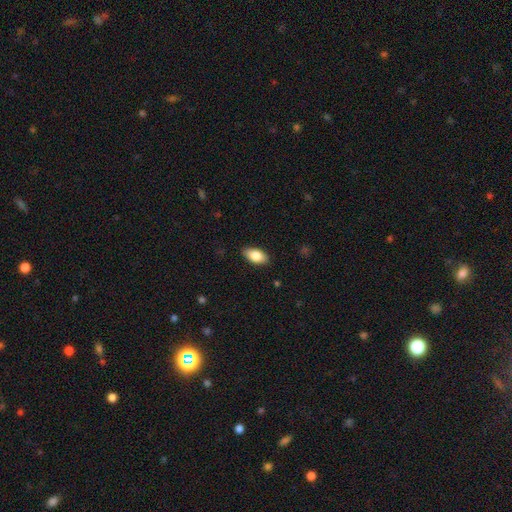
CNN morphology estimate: Smooth or featured? smooth (84%)
How rounded? in between (92%)
Merging? none (86%)